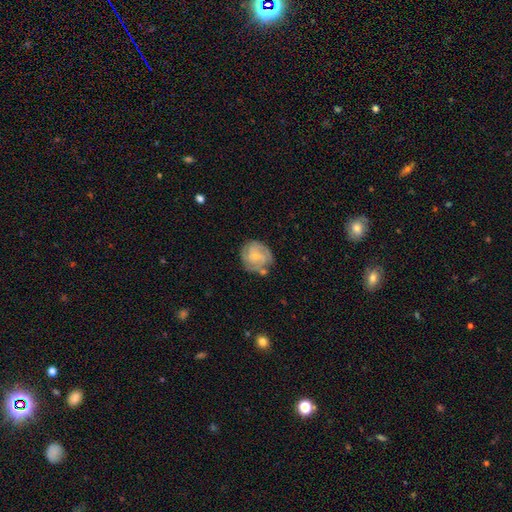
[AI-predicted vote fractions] featured or disk 66%, smooth 28%, star or artifact 7%. Down the decision tree: edge-on disk — no (98%); bar — no (63%); spiral arms — yes (90%); spiral arm count — can't tell (29%); spiral winding — tight (59%); bulge size — small (64%); merging — none (66%).